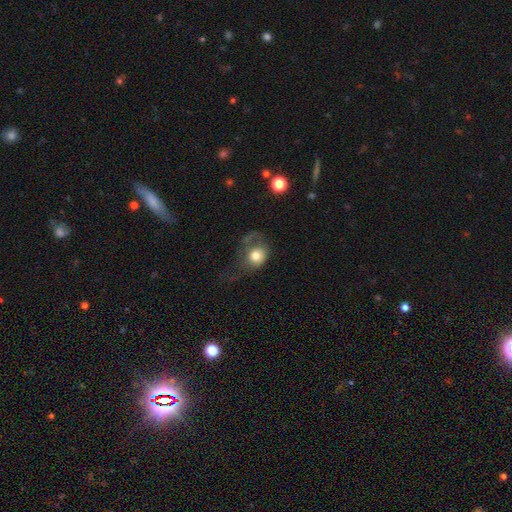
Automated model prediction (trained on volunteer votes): Q: Smooth or featured?
A: smooth (67%); runner-up: featured or disk (25%)
Q: How rounded?
A: round (62%); runner-up: in between (36%)
Q: Merging?
A: major disturbance (54%); runner-up: none (23%)